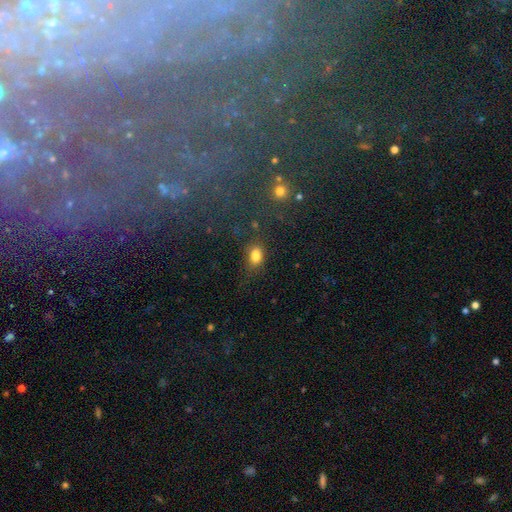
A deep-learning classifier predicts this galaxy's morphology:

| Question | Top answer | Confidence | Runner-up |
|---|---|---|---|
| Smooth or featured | smooth | 80% | star or artifact (12%) |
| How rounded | in between | 78% | round (19%) |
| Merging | none | 66% | minor disturbance (20%) |